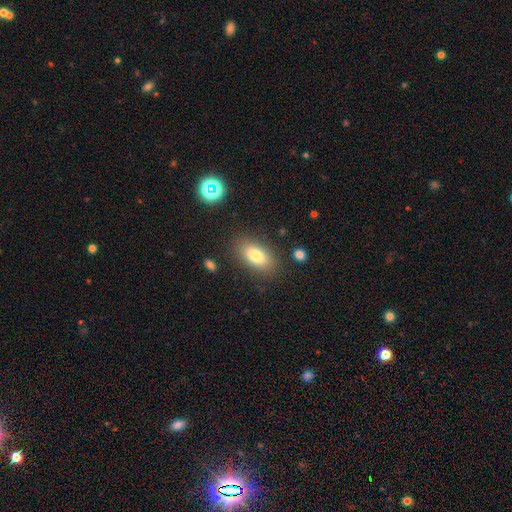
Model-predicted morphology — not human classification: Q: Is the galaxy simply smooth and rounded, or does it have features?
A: smooth — 80%.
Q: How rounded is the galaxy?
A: in between — 90%.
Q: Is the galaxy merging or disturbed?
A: none — 83%.